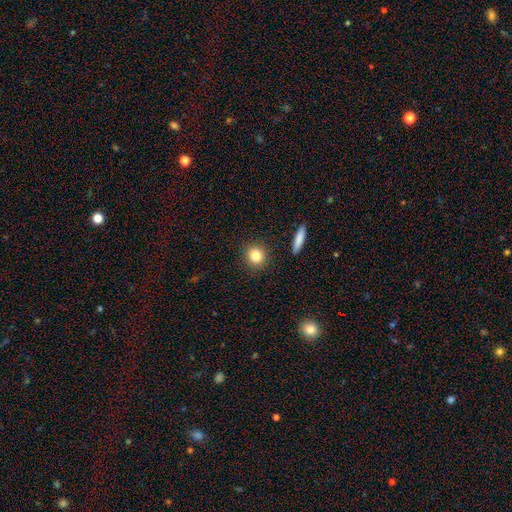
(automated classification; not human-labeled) Q: Smooth or featured?
A: smooth (83%); runner-up: star or artifact (9%)
Q: How rounded?
A: round (85%); runner-up: in between (13%)
Q: Merging?
A: none (90%); runner-up: minor disturbance (6%)